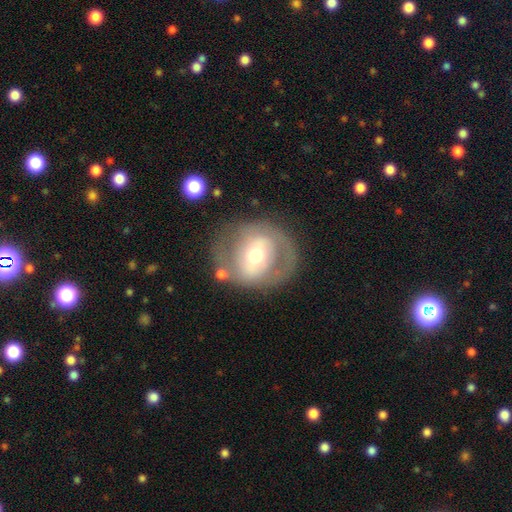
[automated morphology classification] featured or disk 60%, smooth 33%, star or artifact 7%. Down the decision tree: edge-on disk — no (95%); bar — no (37%); spiral arms — no (61%); bulge size — moderate (67%); merging — none (72%).